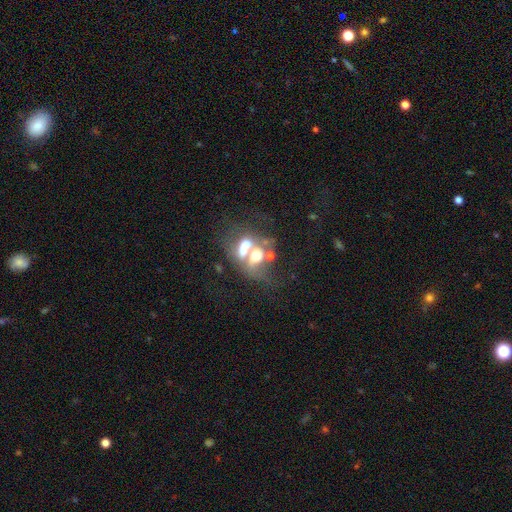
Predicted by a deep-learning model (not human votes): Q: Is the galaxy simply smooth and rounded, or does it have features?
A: featured or disk — 44%.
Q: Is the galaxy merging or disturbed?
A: merger — 65%.